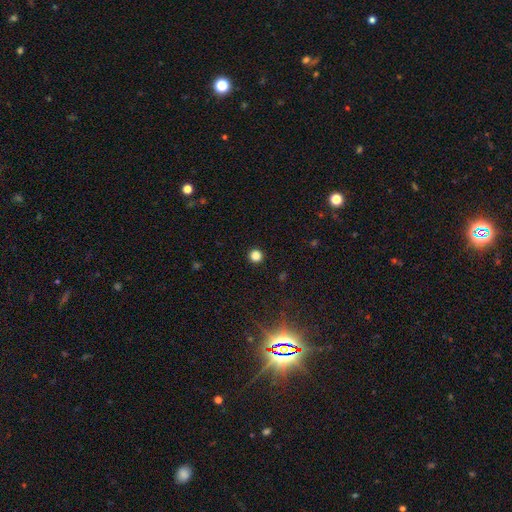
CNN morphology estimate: Overall: smooth (83%). How rounded: round (96%). Merging: none (94%).